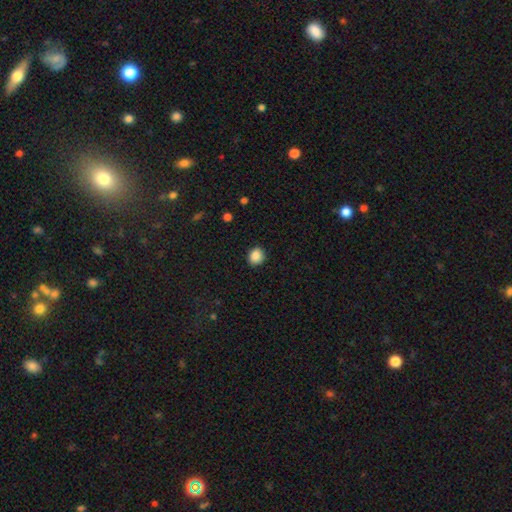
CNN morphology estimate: smooth-or-featured: smooth: 88% | star or artifact: 9% | featured or disk: 3%
  how-rounded: round: 73% | in between: 26% | cigar-shaped: 1%
  merging: none: 89% | minor disturbance: 8% | major disturbance: 2% | merger: 1%